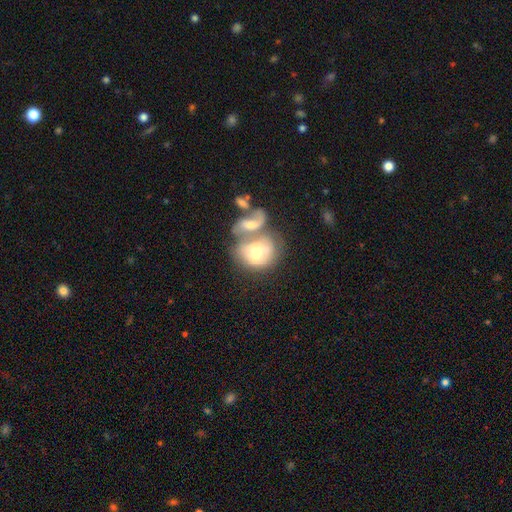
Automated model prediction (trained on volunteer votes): smooth-or-featured: featured or disk: 49% | smooth: 44% | star or artifact: 7%
  merging: merger: 64% | none: 17% | major disturbance: 10% | minor disturbance: 9%